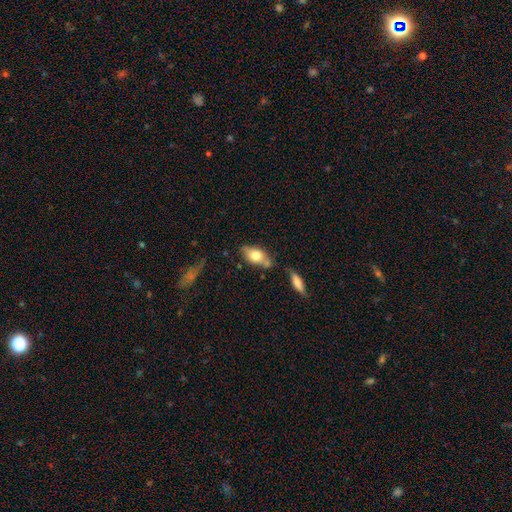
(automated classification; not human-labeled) Smooth or featured? Predicted: smooth (p=0.69). How rounded? Predicted: in between (p=0.85). Merging? Predicted: none (p=0.59).